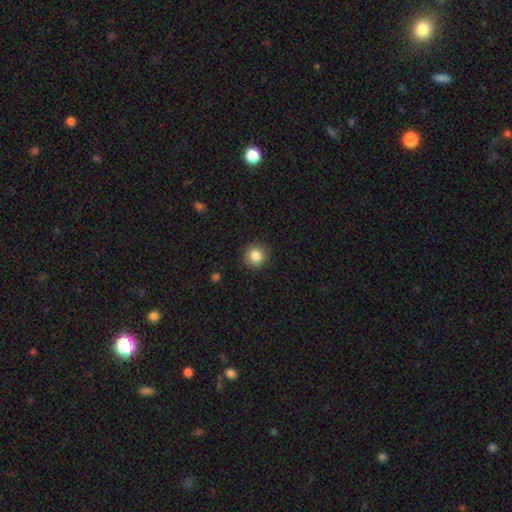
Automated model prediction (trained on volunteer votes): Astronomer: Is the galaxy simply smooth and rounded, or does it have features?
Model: smooth — 84%.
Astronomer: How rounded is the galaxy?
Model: round — 92%.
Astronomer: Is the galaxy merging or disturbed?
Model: none — 90%.